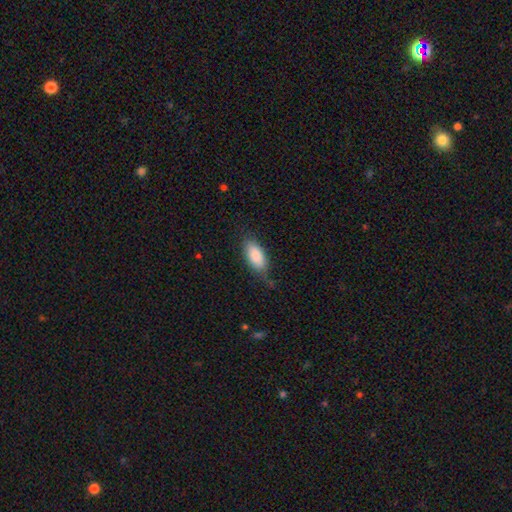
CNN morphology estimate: Overall: smooth (84%). How rounded: in between (89%). Merging: none (67%).